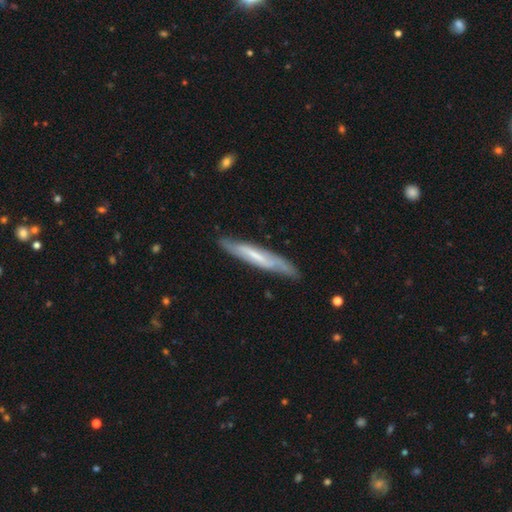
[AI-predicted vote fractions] Q: Smooth or featured?
A: featured or disk (59%); runner-up: smooth (35%)
Q: Edge-on disk?
A: yes (66%); runner-up: no (34%)
Q: Merging?
A: none (79%); runner-up: minor disturbance (16%)